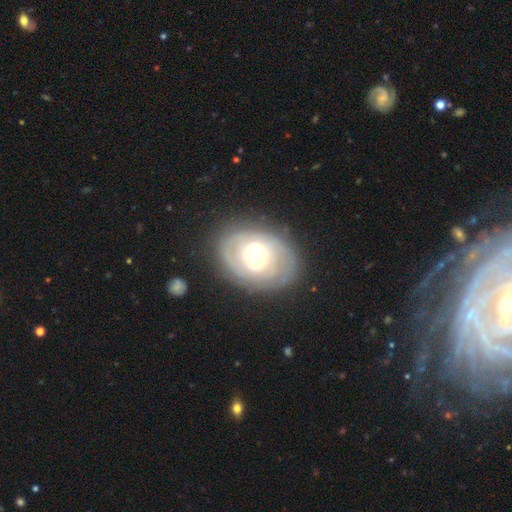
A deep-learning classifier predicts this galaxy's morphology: Smooth or featured? Predicted: featured or disk (p=0.74). Edge-on disk? Predicted: no (p=0.96). Bar? Predicted: weak (p=0.47). Spiral arms? Predicted: yes (p=0.73). Spiral winding? Predicted: tight (p=0.67). Spiral arm count? Predicted: can't tell (p=0.42). Bulge size? Predicted: moderate (p=0.65). Merging? Predicted: none (p=0.76).